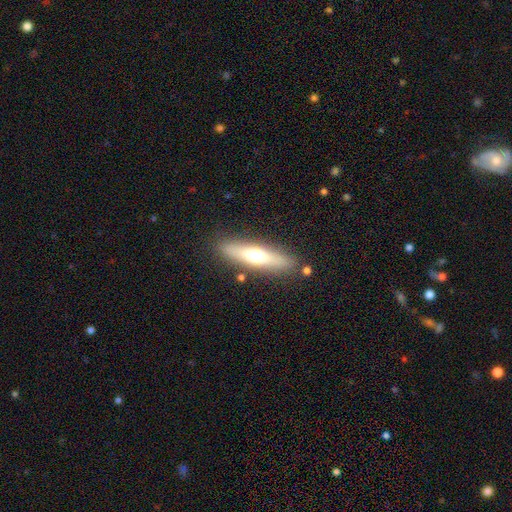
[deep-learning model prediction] Smooth or featured: smooth — 50% (featured or disk — 43%)
Merging: none — 85% (minor disturbance — 9%)